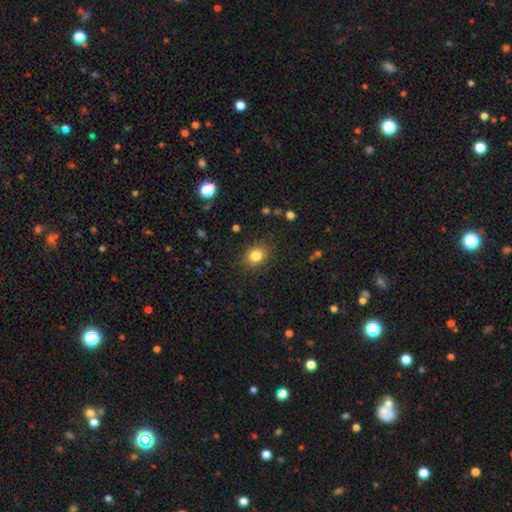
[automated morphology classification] smooth_or_featured: smooth (p=0.83) [alt: star or artifact p=0.11]
how_rounded: round (p=0.53) [alt: in between p=0.46]
merging: none (p=0.86) [alt: minor disturbance p=0.10]